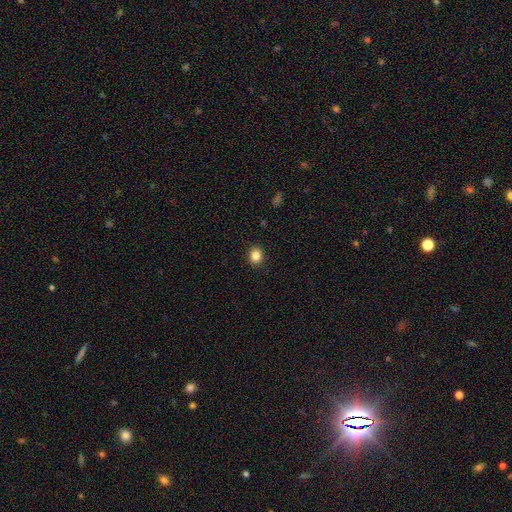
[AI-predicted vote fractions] This is clearly a smooth galaxy (85%). How rounded: likely round (74%). Merging: clearly none (91%).